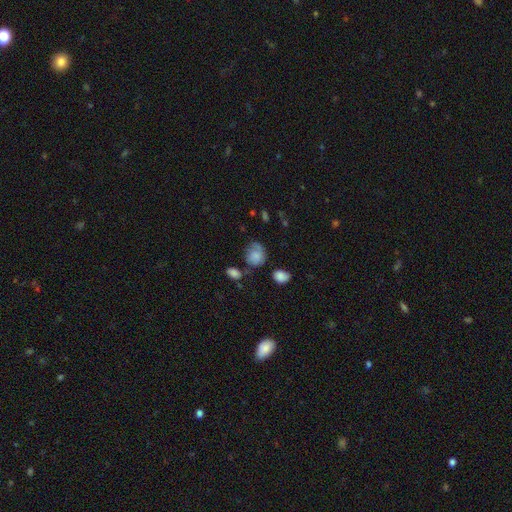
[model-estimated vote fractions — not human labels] The model was most divided on "merging": none: 45%, minor disturbance: 31%, major disturbance: 17%, merger: 7%. More confident: smooth or featured — smooth (71%); how rounded — round (63%).